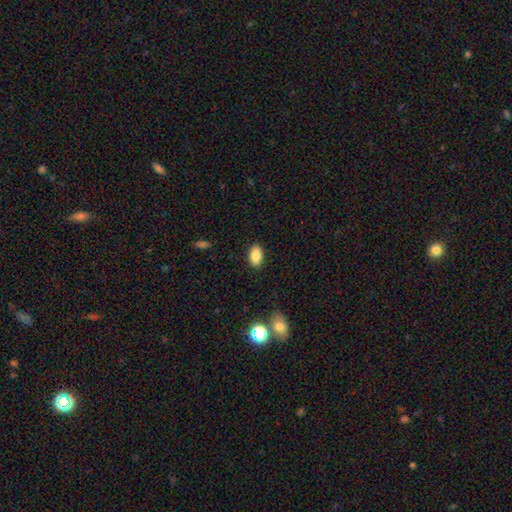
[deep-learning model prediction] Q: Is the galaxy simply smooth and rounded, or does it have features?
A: smooth — 86%.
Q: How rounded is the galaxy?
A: in between — 92%.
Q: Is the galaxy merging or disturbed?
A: none — 88%.